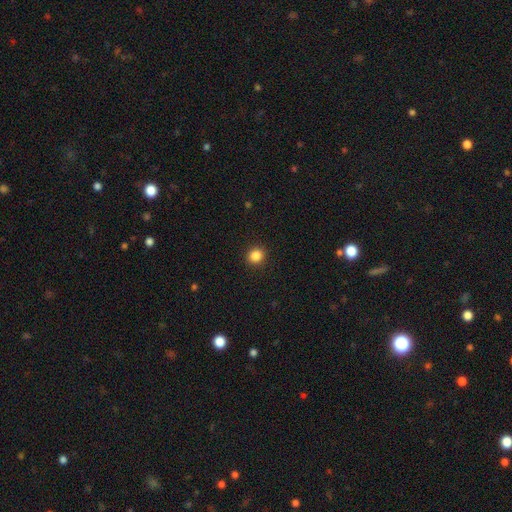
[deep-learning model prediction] The model was most divided on "how rounded": round: 84%, in between: 15%, cigar-shaped: 1%. More confident: merging — none (92%); smooth or featured — smooth (85%).